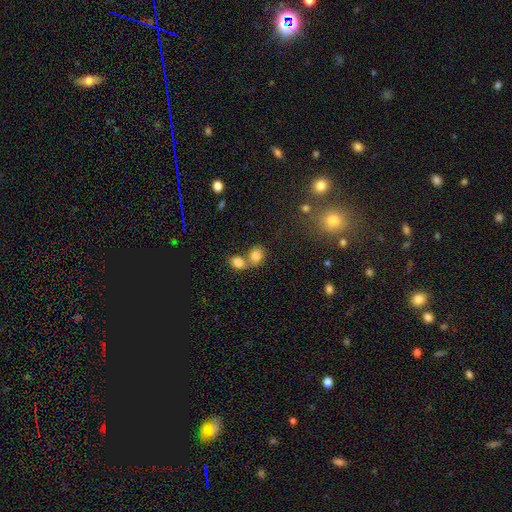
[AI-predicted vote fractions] Smooth or featured? smooth (79%)
How rounded? round (52%)
Merging? merger (54%)